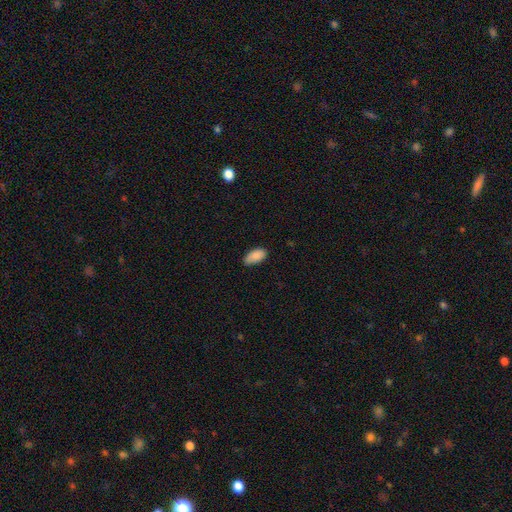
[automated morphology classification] This is clearly a smooth galaxy (88%). How rounded: clearly in between (94%). Merging: likely none (77%).